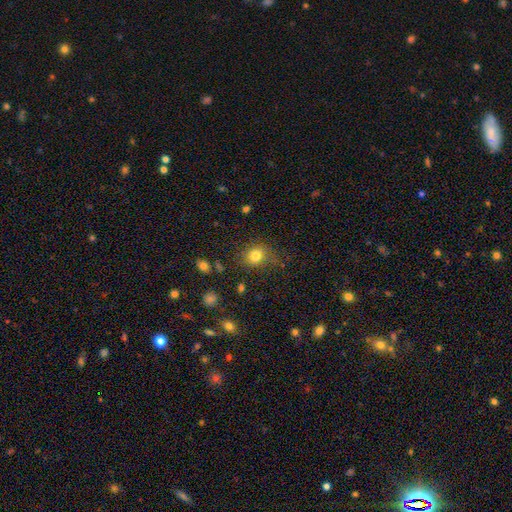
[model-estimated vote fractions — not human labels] The model was most divided on "how rounded": round: 68%, in between: 31%, cigar-shaped: 1%. More confident: smooth or featured — smooth (79%); merging — none (72%).